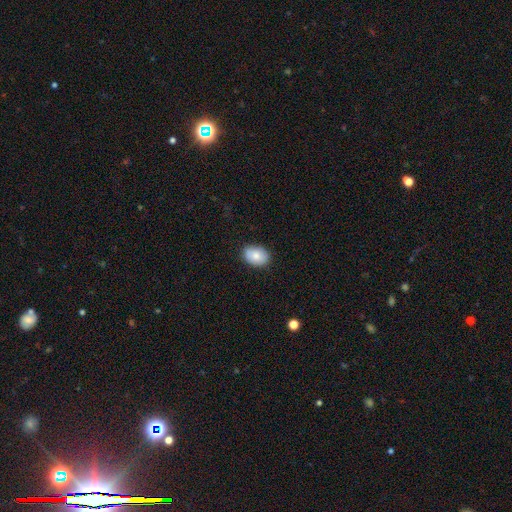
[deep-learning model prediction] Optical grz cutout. It shows a smooth galaxy with no disk features (82%) that is in between round and cigar-shaped (79%). Merging: none (86%).